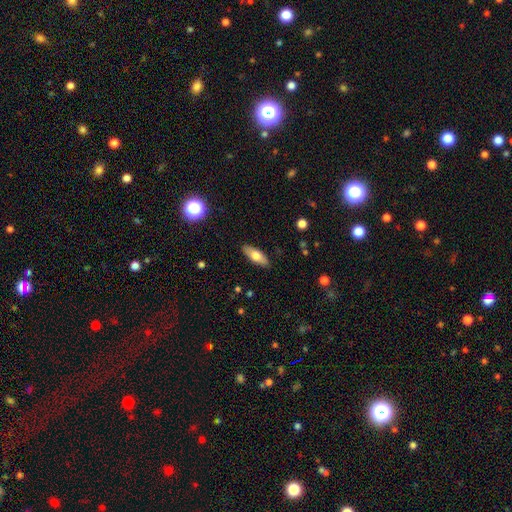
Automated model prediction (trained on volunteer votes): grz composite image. It shows a smooth galaxy with no disk features (68%) that is in between round and cigar-shaped (71%). Merging: none (88%).